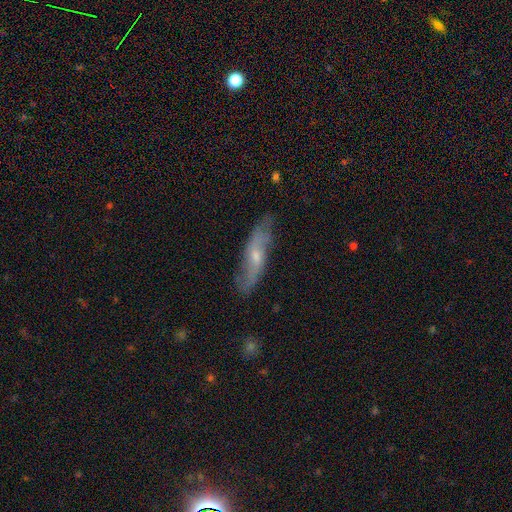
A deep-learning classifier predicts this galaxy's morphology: Smooth or featured?
  - featured or disk: 60% *
  - smooth: 33%
  - star or artifact: 7%
Edge-on disk?
  - no: 61% *
  - yes: 39%
Merging?
  - none: 75% *
  - minor disturbance: 19%
  - major disturbance: 5%
  - merger: 2%